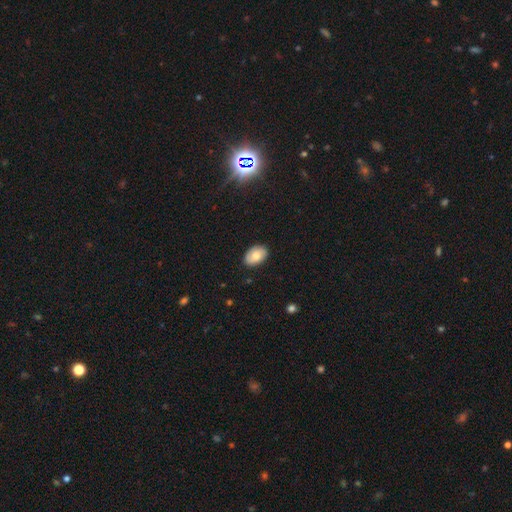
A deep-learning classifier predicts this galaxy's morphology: The model was most divided on "smooth or featured": smooth: 73%, featured or disk: 19%, star or artifact: 7%. More confident: how rounded — in between (89%); merging — none (85%).